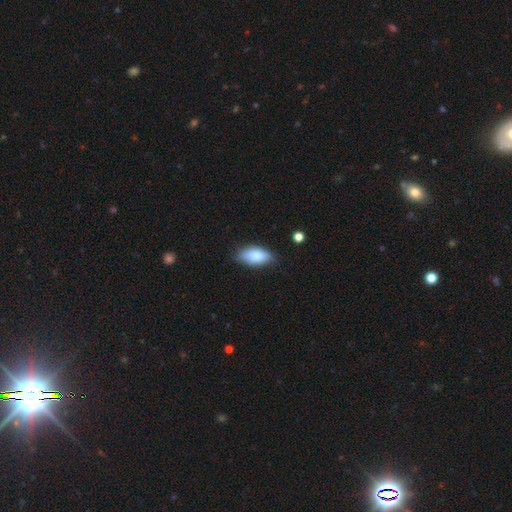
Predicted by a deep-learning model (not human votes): A smooth galaxy with no disk features (81%) that is in between round and cigar-shaped (90%). Merging: none (78%).